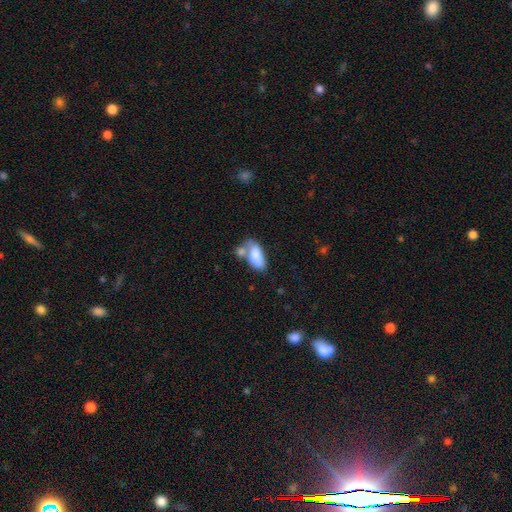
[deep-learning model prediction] Smooth or featured? smooth (77%)
How rounded? in between (90%)
Merging? merger (42%)